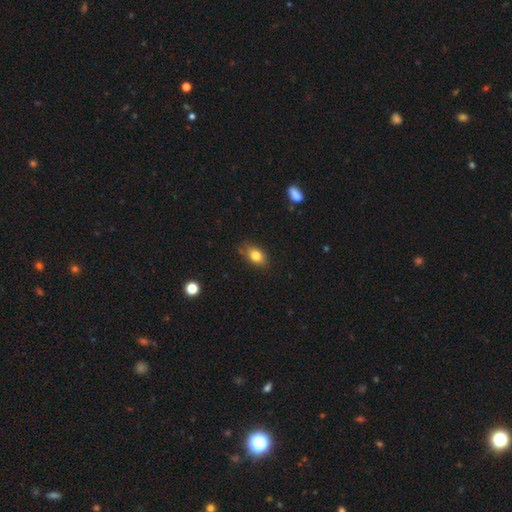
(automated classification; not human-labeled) Overall: smooth (80%). How rounded: in between (82%). Merging: none (75%).